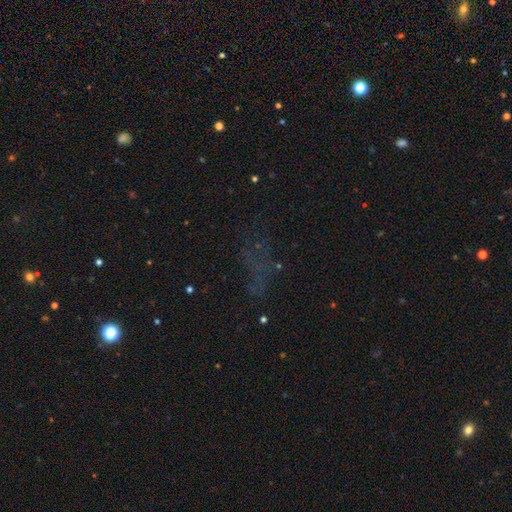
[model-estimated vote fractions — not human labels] A star or artifact, not a galaxy (52%).